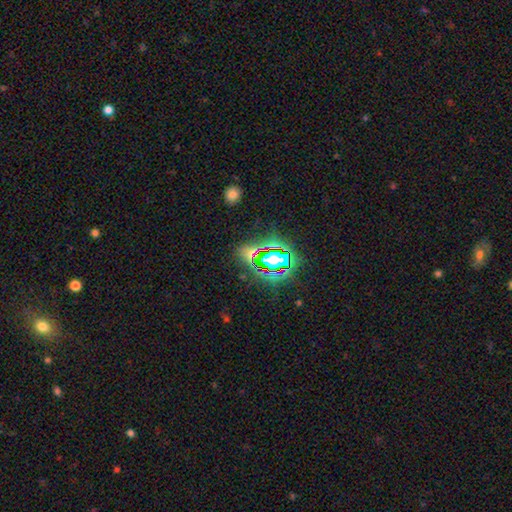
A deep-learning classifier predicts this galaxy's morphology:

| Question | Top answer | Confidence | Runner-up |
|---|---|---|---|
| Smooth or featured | star or artifact | 77% | smooth (14%) |